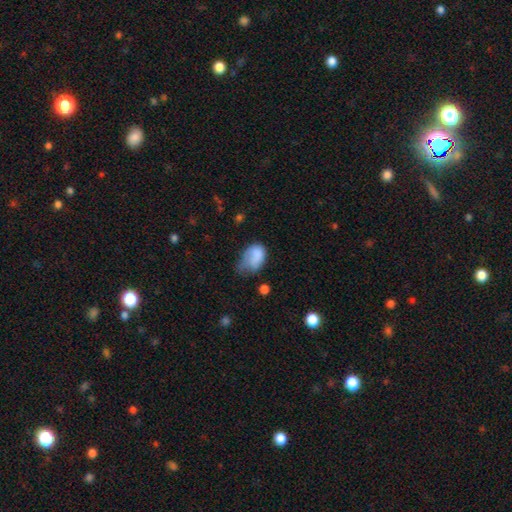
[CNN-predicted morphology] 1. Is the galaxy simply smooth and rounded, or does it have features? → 78% smooth, 13% featured or disk, 8% star or artifact.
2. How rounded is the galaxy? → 84% in between, 14% round, 1% cigar-shaped.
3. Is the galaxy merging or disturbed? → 39% minor disturbance, 35% major disturbance, 22% none, 4% merger.